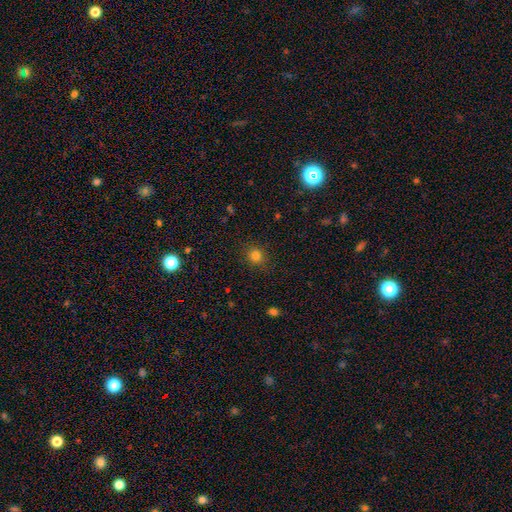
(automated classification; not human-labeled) A smooth galaxy with no disk features (81%) that is round (81%).

Vote fractions:
- Smooth or featured? smooth: 81% / star or artifact: 14% / featured or disk: 5%
- How rounded? round: 81% / in between: 18% / cigar-shaped: 1%
- Merging? none: 88% / minor disturbance: 8% / major disturbance: 3% / merger: 1%